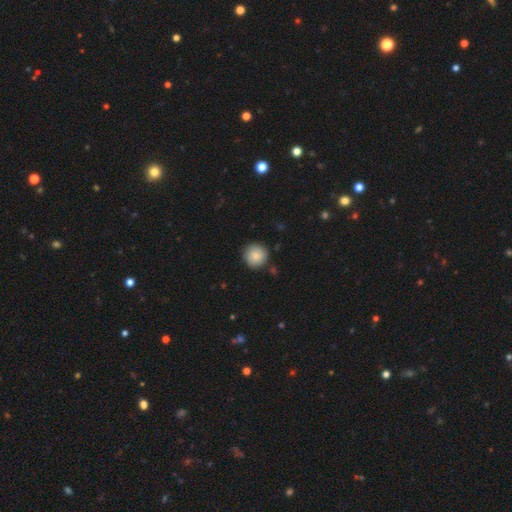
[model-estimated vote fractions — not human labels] This is clearly a smooth galaxy (82%). How rounded: clearly round (94%). Merging: clearly none (84%).